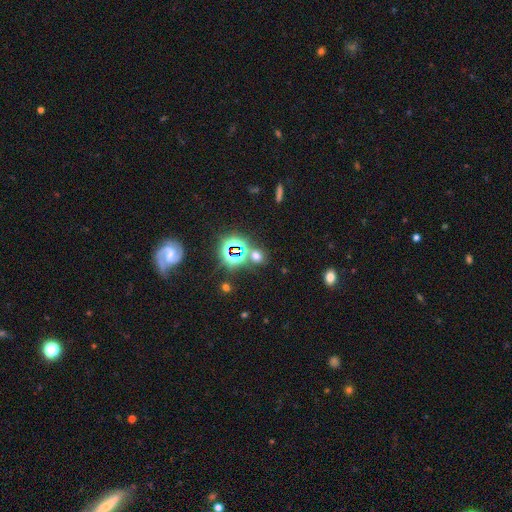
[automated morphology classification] smooth 48%, star or artifact 45%, featured or disk 7%. Down the decision tree: merging — none (73%).